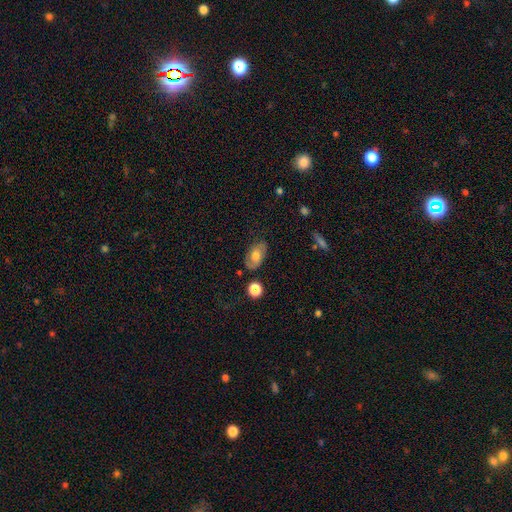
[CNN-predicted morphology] Smooth or featured? Predicted: smooth (p=0.47). Merging? Predicted: none (p=0.74).